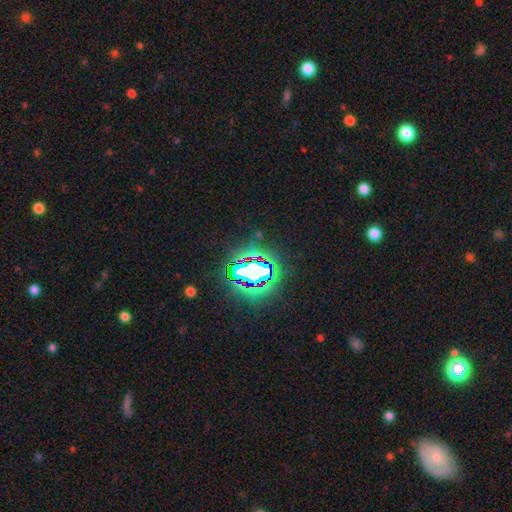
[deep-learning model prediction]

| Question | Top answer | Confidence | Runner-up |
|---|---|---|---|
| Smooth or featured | star or artifact | 84% | smooth (9%) |